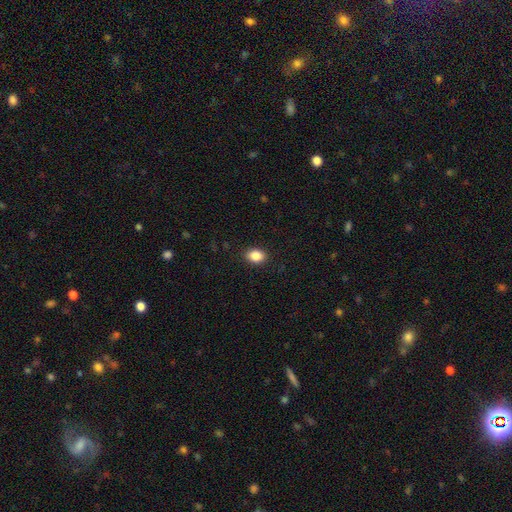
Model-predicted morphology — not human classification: smooth_or_featured: smooth (p=0.87) [alt: star or artifact p=0.09]
how_rounded: in between (p=0.69) [alt: round p=0.30]
merging: none (p=0.89) [alt: minor disturbance p=0.08]